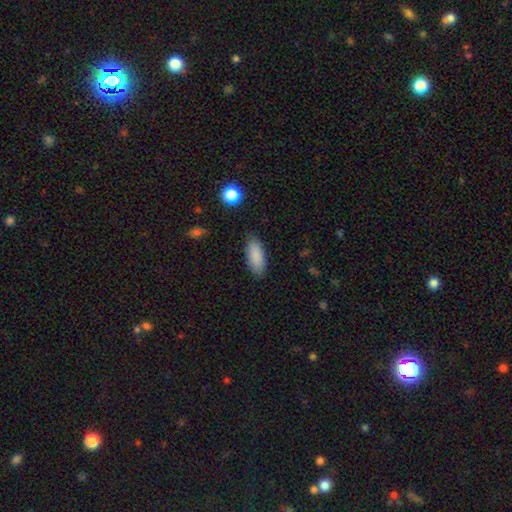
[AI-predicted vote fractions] smooth 88%, star or artifact 6%, featured or disk 5%. Down the decision tree: how rounded — in between (82%); merging — none (85%).